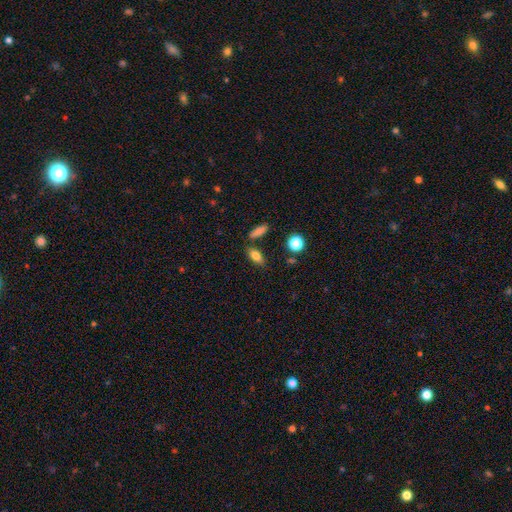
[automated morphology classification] Smooth or featured? smooth (81%)
How rounded? in between (78%)
Merging? none (78%)